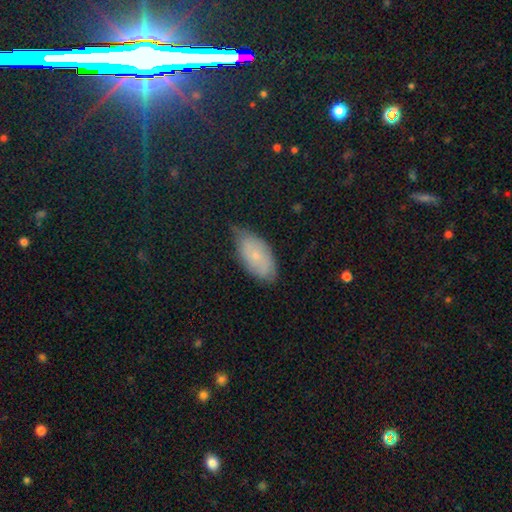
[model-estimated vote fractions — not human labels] smooth_or_featured: smooth (p=0.57) [alt: featured or disk p=0.32]
how_rounded: in between (p=0.93) [alt: cigar-shaped p=0.04]
merging: none (p=0.63) [alt: minor disturbance p=0.30]